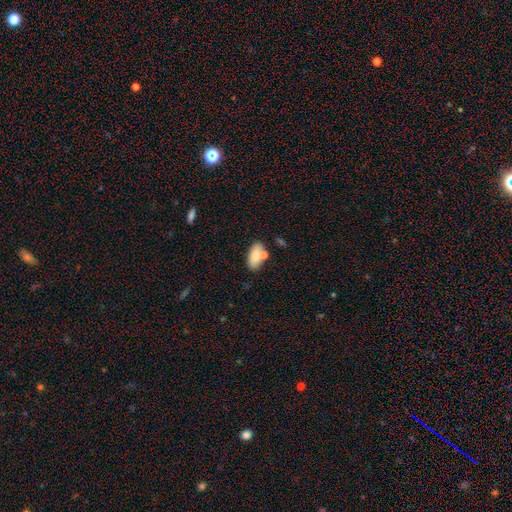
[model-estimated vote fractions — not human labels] smooth 79%, featured or disk 13%, star or artifact 7%. Down the decision tree: how rounded — in between (91%); merging — none (65%).